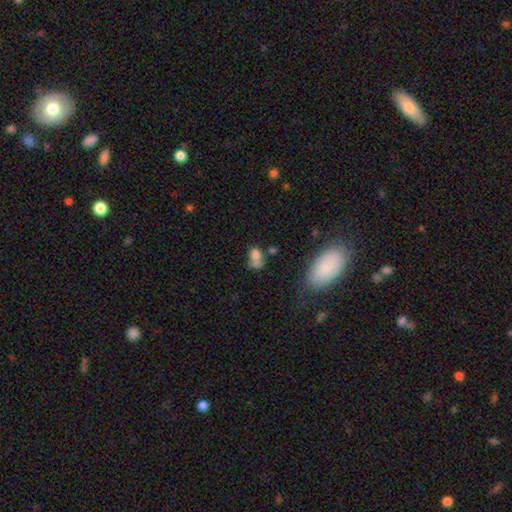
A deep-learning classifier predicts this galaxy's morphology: A smooth galaxy with no disk features (73%) that is in between round and cigar-shaped (65%).

Vote fractions:
- Smooth or featured? smooth: 73% / featured or disk: 15% / star or artifact: 13%
- How rounded? in between: 65% / round: 33% / cigar-shaped: 3%
- Merging? merger: 36% / none: 31% / minor disturbance: 19% / major disturbance: 15%